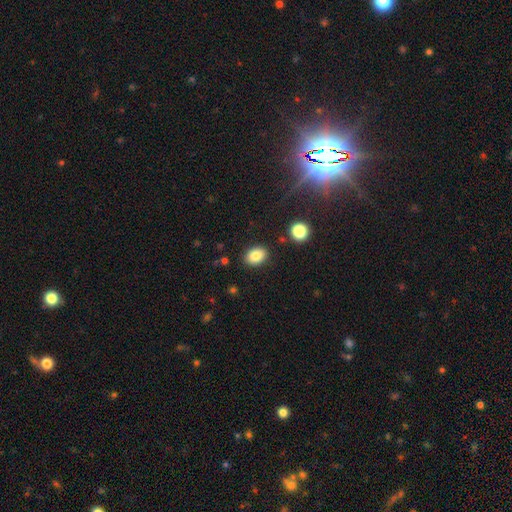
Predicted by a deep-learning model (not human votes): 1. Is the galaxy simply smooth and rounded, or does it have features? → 85% smooth, 9% star or artifact, 6% featured or disk.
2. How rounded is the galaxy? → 74% in between, 25% round, 1% cigar-shaped.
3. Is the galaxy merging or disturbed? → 87% none, 9% minor disturbance, 3% major disturbance, 2% merger.